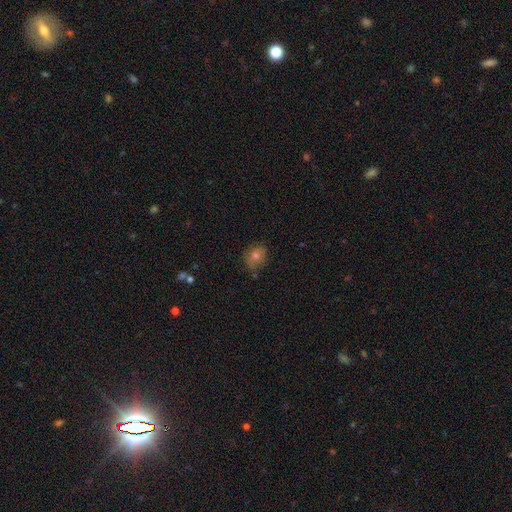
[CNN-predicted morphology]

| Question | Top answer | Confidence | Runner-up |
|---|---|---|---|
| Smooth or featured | smooth | 60% | featured or disk (24%) |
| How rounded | round | 67% | in between (32%) |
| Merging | none | 70% | minor disturbance (22%) |